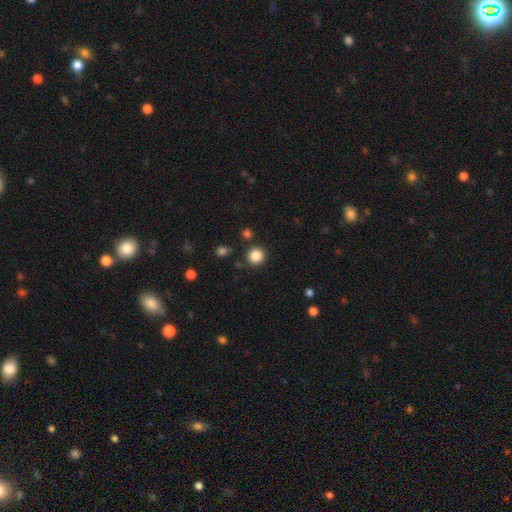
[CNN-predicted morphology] smooth-or-featured: smooth: 85% | star or artifact: 11% | featured or disk: 3%
  how-rounded: round: 94% | in between: 5% | cigar-shaped: 1%
  merging: none: 88% | minor disturbance: 6% | merger: 3% | major disturbance: 3%